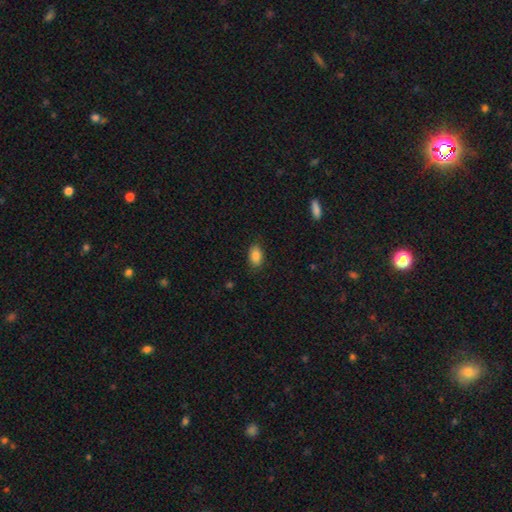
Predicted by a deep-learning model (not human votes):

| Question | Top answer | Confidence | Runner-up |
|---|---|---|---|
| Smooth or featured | smooth | 87% | star or artifact (8%) |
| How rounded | in between | 89% | round (9%) |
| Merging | none | 85% | minor disturbance (12%) |